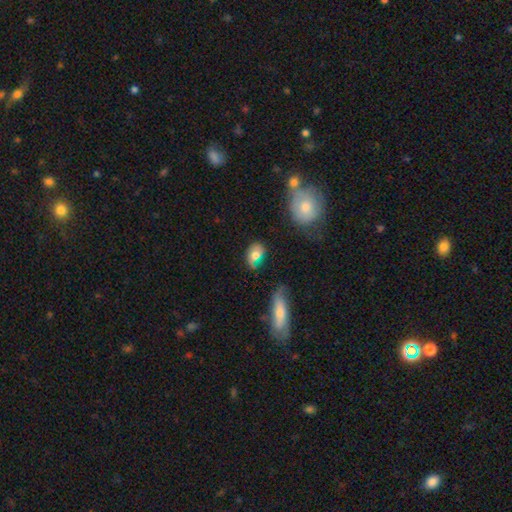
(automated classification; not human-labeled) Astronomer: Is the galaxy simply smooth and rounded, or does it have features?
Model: smooth — 69%.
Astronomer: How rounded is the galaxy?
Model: in between — 75%.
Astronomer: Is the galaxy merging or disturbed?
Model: none — 56%.